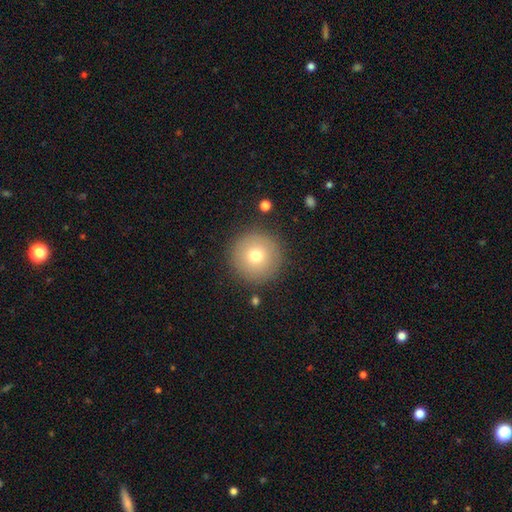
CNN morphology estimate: smooth 74%, featured or disk 15%, star or artifact 12%. Down the decision tree: how rounded — round (97%); merging — none (89%).